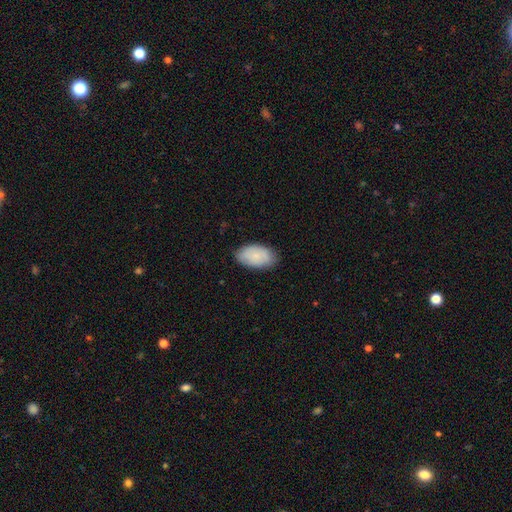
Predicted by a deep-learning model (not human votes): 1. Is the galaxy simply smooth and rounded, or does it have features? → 80% smooth, 14% featured or disk, 6% star or artifact.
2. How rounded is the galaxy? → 94% in between, 5% round, 1% cigar-shaped.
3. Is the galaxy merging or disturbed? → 81% none, 16% minor disturbance, 3% major disturbance, 1% merger.